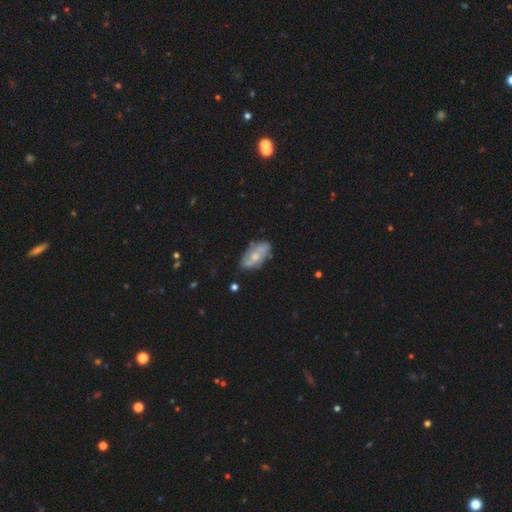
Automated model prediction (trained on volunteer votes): This is possibly a featured or disk galaxy (57%). It is clearly not viewed edge-on (93%). Bar: likely no (71%). Spiral arm pattern: likely yes (61%). Central bulge: possibly moderate (55%). Merging: likely none (67%).